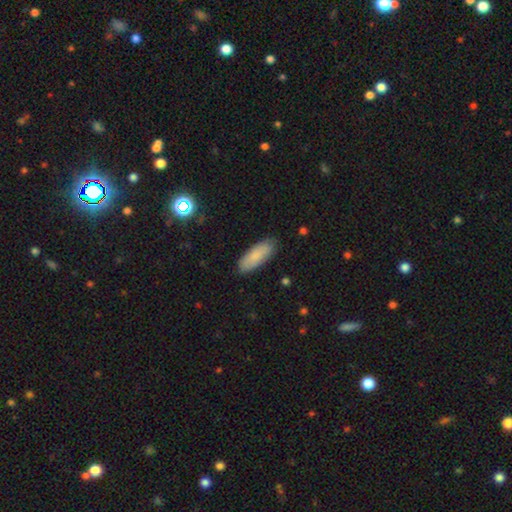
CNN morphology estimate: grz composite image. It shows a smooth galaxy with no disk features (83%) that is in between round and cigar-shaped (69%). Merging: none (86%).